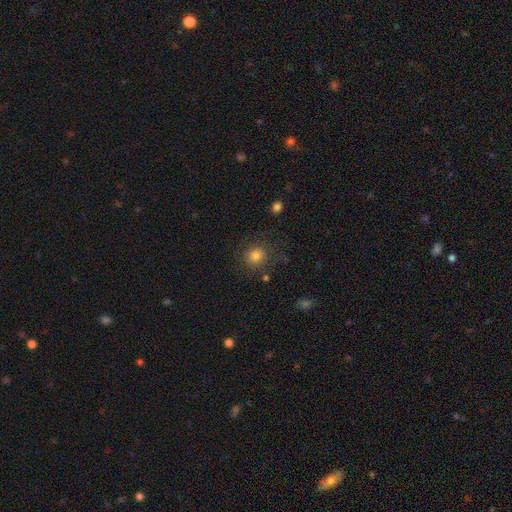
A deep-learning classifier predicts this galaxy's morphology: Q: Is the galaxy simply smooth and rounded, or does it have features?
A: smooth — 75%.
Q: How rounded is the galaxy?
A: round — 87%.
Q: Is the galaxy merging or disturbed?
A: none — 76%.